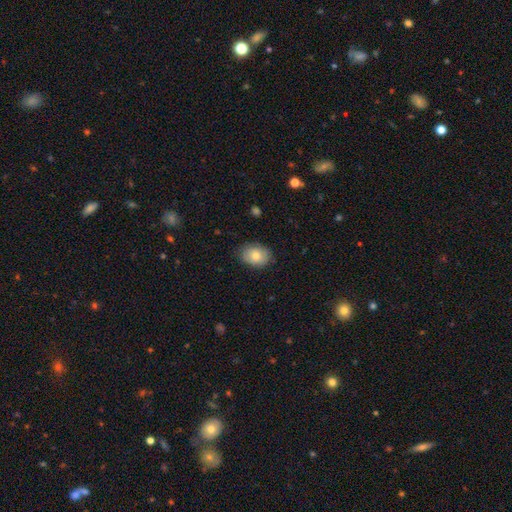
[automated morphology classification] Overall: smooth (78%). How rounded: in between (73%). Merging: none (80%).